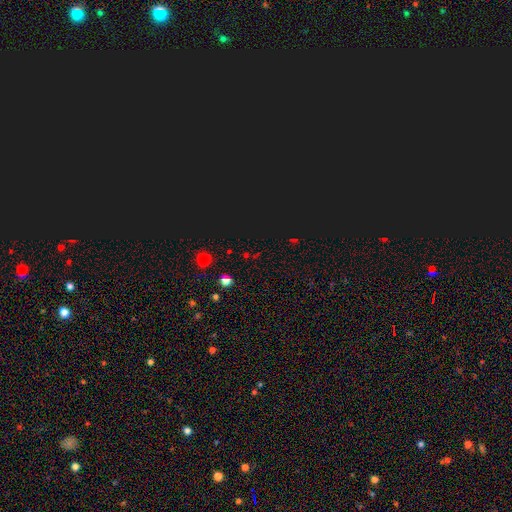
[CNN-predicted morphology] smooth-or-featured: star or artifact: 66% | smooth: 27% | featured or disk: 7%